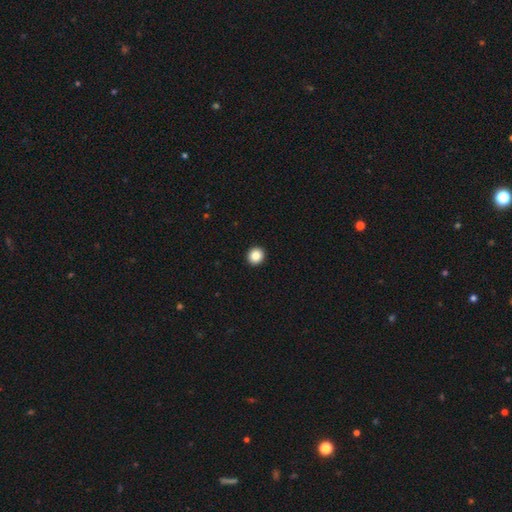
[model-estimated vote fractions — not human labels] Smooth or featured? Predicted: smooth (p=0.87). How rounded? Predicted: round (p=0.91). Merging? Predicted: none (p=0.94).